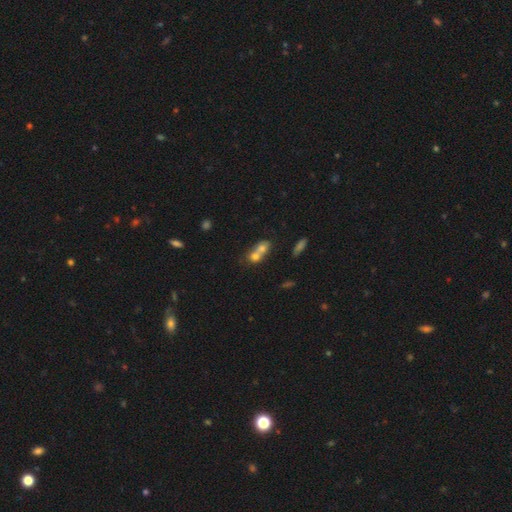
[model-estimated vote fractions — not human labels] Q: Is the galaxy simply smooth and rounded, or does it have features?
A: smooth — 68%.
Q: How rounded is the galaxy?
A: round — 53%.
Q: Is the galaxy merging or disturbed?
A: merger — 73%.